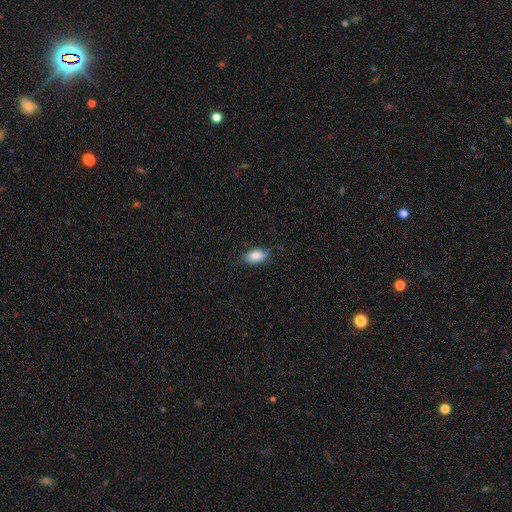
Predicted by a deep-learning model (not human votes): Smooth or featured?
  - smooth: 86% *
  - star or artifact: 7%
  - featured or disk: 7%
How rounded?
  - in between: 92% *
  - round: 5%
  - cigar-shaped: 4%
Merging?
  - none: 80% *
  - minor disturbance: 15%
  - major disturbance: 3%
  - merger: 1%